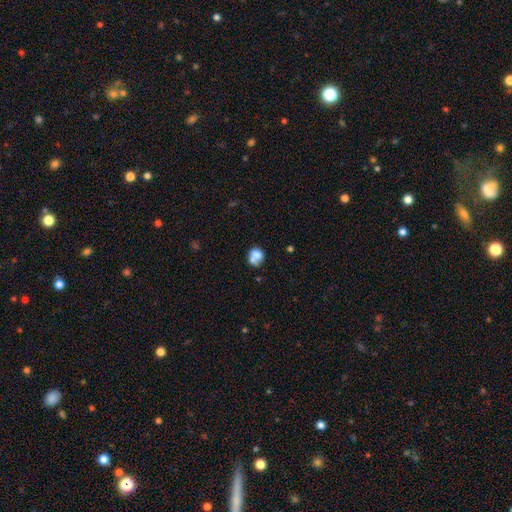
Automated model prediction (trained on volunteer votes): smooth 70%, featured or disk 20%, star or artifact 10%. Down the decision tree: how rounded — round (56%); merging — merger (49%).